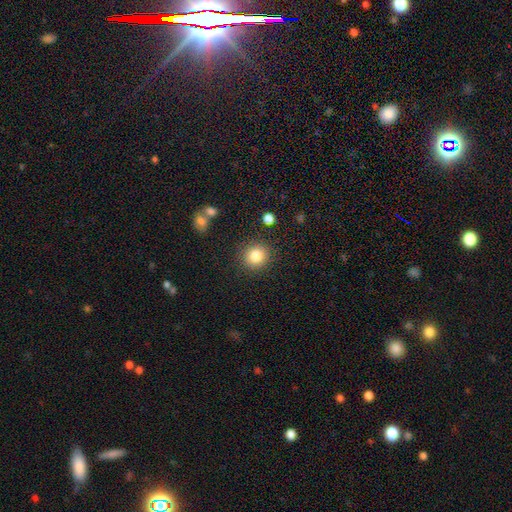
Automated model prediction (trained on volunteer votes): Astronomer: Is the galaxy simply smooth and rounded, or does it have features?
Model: smooth — 83%.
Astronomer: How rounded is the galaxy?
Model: round — 89%.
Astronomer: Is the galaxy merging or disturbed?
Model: none — 87%.